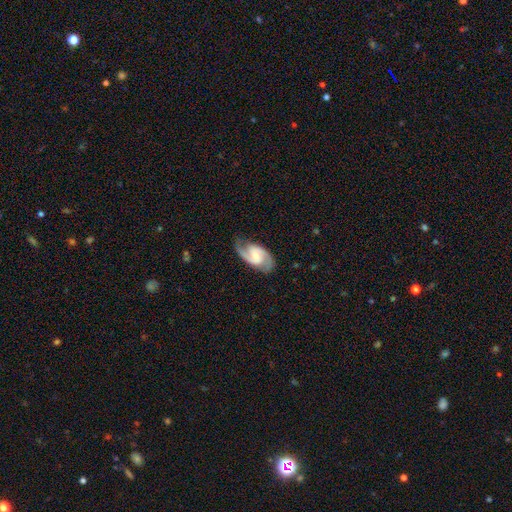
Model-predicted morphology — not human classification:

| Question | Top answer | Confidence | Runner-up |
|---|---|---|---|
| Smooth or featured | featured or disk | 89% | smooth (7%) |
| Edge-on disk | no | 97% | yes (3%) |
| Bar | weak | 48% | no (33%) |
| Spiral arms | yes | 98% | no (2%) |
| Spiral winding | medium | 57% | tight (25%) |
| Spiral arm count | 2 | 93% | can't tell (2%) |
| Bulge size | small | 49% | moderate (32%) |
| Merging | none | 80% | minor disturbance (14%) |